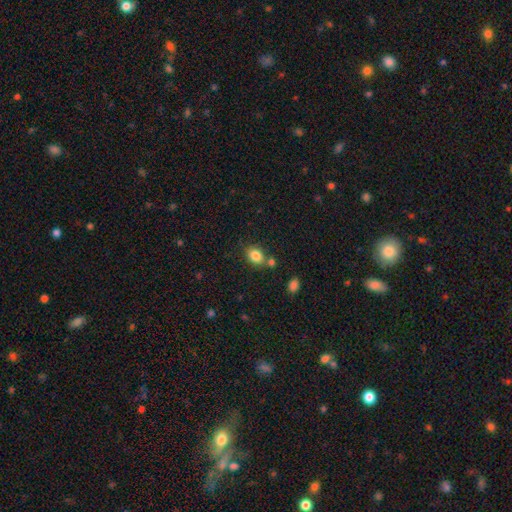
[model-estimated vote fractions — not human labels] Smooth or featured? smooth (83%)
How rounded? in between (58%)
Merging? none (66%)